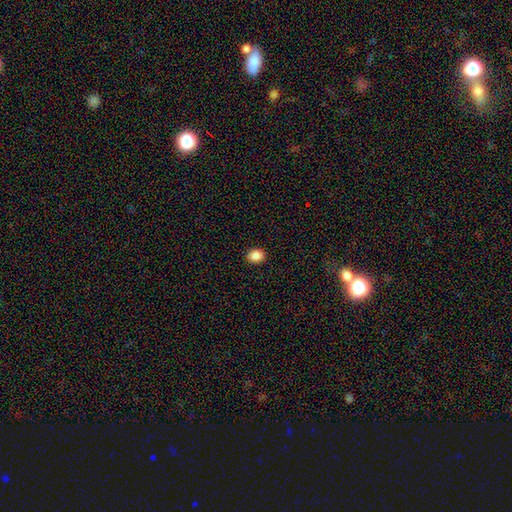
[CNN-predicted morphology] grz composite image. It shows a smooth galaxy with no disk features (87%) that is round (50%). Merging: none (91%).